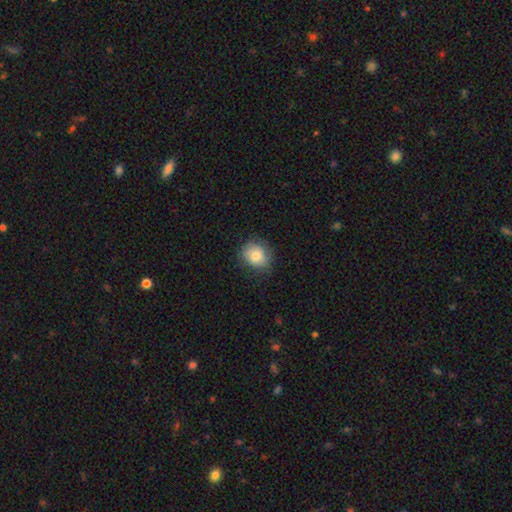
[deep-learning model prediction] Smooth or featured? smooth (77%)
How rounded? round (66%)
Merging? none (72%)